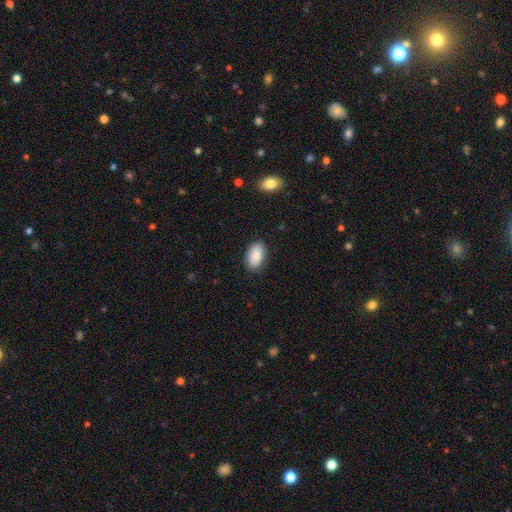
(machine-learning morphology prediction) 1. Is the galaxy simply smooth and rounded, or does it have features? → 88% smooth, 6% star or artifact, 6% featured or disk.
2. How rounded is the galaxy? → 94% in between, 4% round, 2% cigar-shaped.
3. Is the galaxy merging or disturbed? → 87% none, 10% minor disturbance, 2% major disturbance, 1% merger.